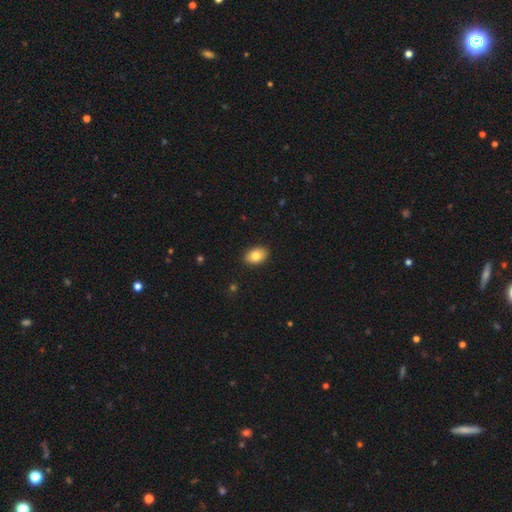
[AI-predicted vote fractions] This appears to be a smooth galaxy with no disk features (82%) that is in between round and cigar-shaped (86%). Merging: none (90%).